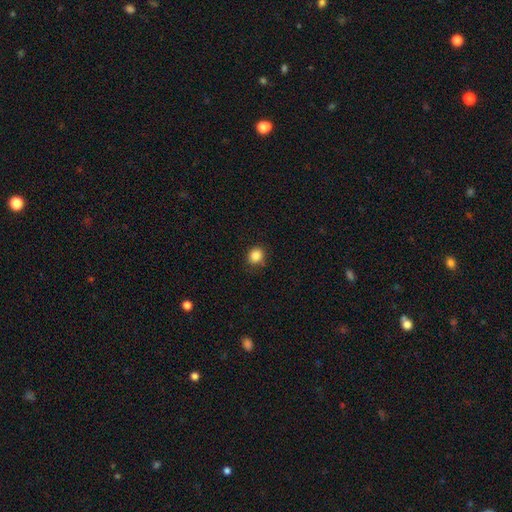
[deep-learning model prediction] smooth_or_featured: smooth (p=0.86) [alt: star or artifact p=0.11]
how_rounded: round (p=0.79) [alt: in between p=0.20]
merging: none (p=0.83) [alt: minor disturbance p=0.13]